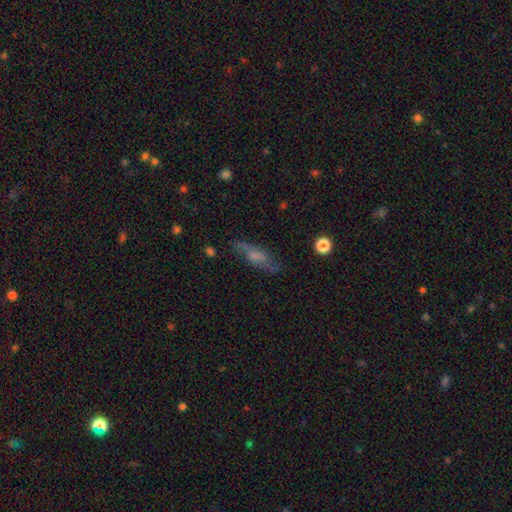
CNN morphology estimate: Q: Smooth or featured?
A: featured or disk (50%); runner-up: smooth (40%)
Q: Merging?
A: none (70%); runner-up: minor disturbance (19%)